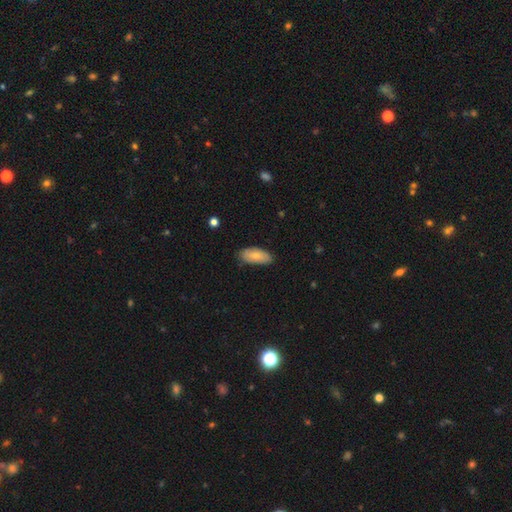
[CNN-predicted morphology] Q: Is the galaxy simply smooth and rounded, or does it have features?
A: smooth — 73%.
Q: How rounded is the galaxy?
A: in between — 89%.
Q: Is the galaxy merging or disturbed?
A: none — 77%.